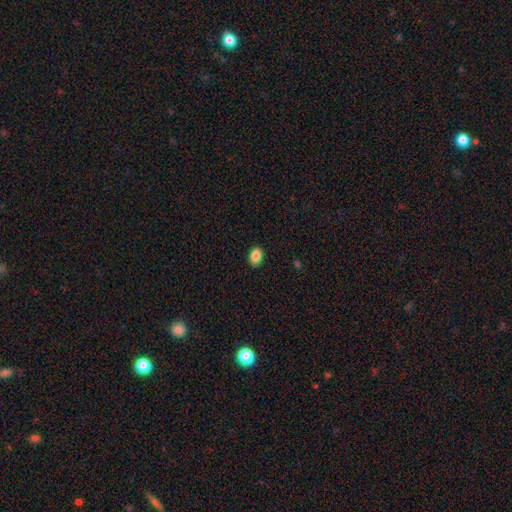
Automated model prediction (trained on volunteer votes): smooth_or_featured: smooth (p=0.88) [alt: star or artifact p=0.08]
how_rounded: in between (p=0.80) [alt: round p=0.19]
merging: none (p=0.89) [alt: minor disturbance p=0.08]